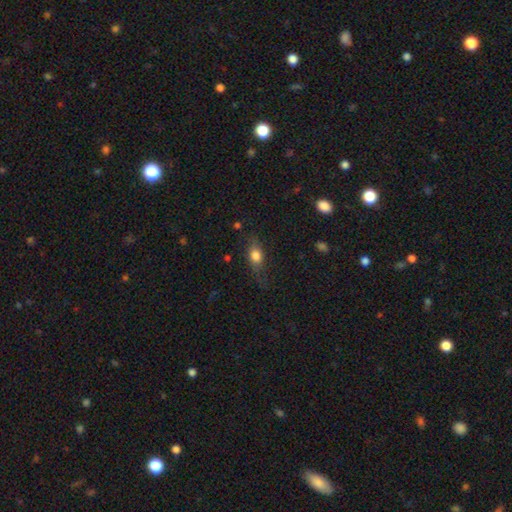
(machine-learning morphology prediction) The model was most divided on "merging": none: 66%, minor disturbance: 23%, major disturbance: 10%, merger: 2%. More confident: smooth or featured — smooth (75%); how rounded — in between (71%).